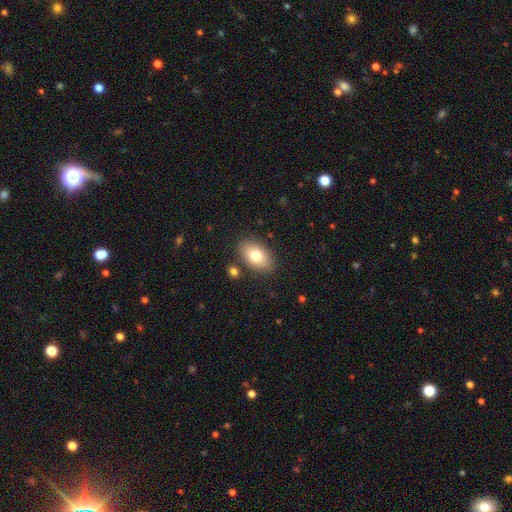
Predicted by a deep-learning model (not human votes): A smooth galaxy with no disk features (79%) that is in between round and cigar-shaped (91%). Merging: none (83%).